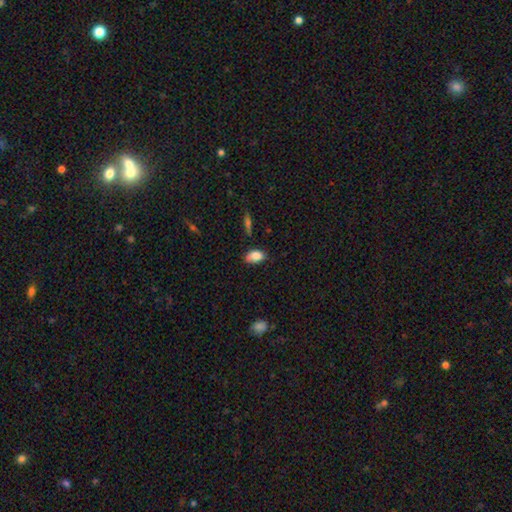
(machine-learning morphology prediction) Smooth or featured: smooth — 83% (featured or disk — 9%)
How rounded: in between — 89% (round — 9%)
Merging: none — 61% (minor disturbance — 29%)